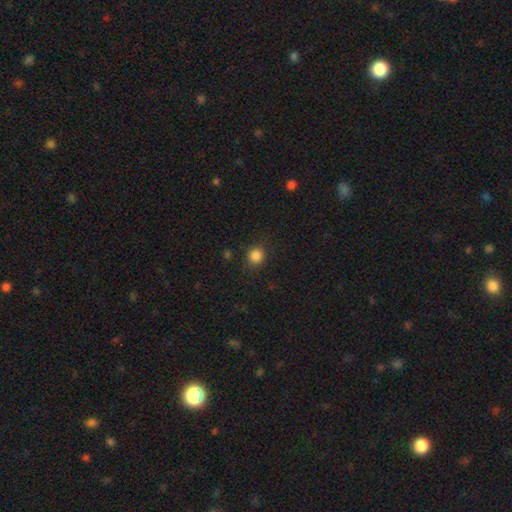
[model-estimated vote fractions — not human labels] This appears to be a smooth galaxy with no disk features (85%) that is round (89%). Merging: none (88%).